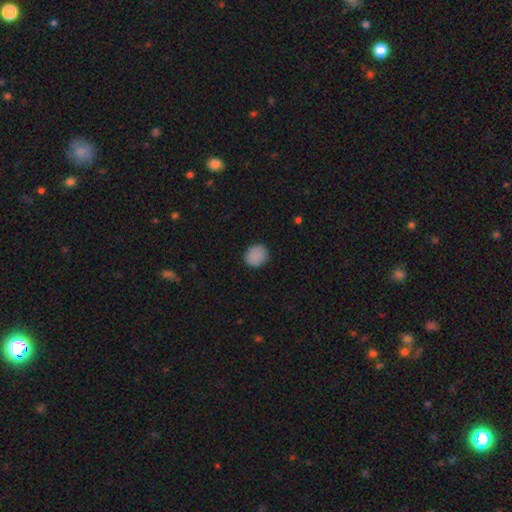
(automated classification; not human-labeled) Smooth or featured?
  - smooth: 88% *
  - star or artifact: 8%
  - featured or disk: 3%
How rounded?
  - round: 81% *
  - in between: 18%
  - cigar-shaped: 1%
Merging?
  - none: 89% *
  - minor disturbance: 8%
  - major disturbance: 2%
  - merger: 1%